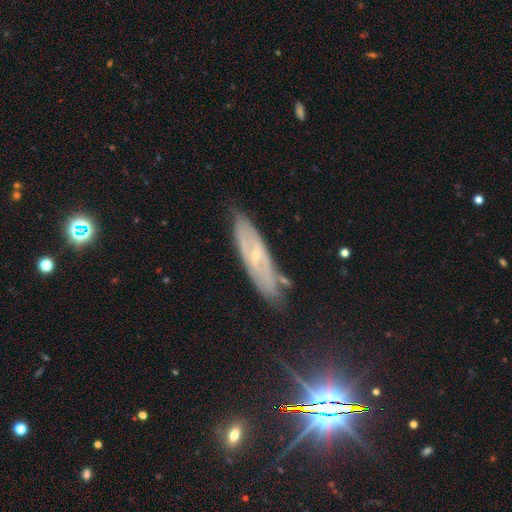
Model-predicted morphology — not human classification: Q: Smooth or featured?
A: featured or disk (68%); runner-up: smooth (22%)
Q: Edge-on disk?
A: no (63%); runner-up: yes (37%)
Q: Merging?
A: none (77%); runner-up: minor disturbance (17%)